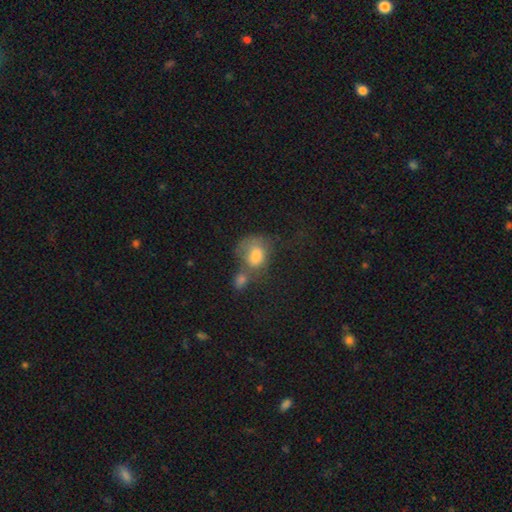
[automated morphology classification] type=smooth (72%); roundness=in between (52%); merging=merger (44%).